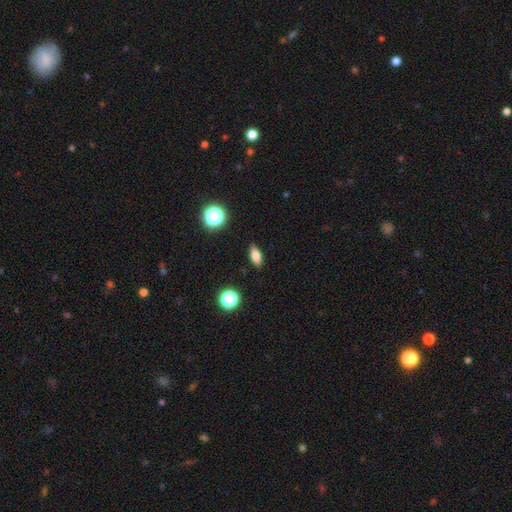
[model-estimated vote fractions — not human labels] Q: Smooth or featured?
A: smooth (79%); runner-up: star or artifact (11%)
Q: How rounded?
A: in between (80%); runner-up: cigar-shaped (11%)
Q: Merging?
A: none (89%); runner-up: minor disturbance (8%)